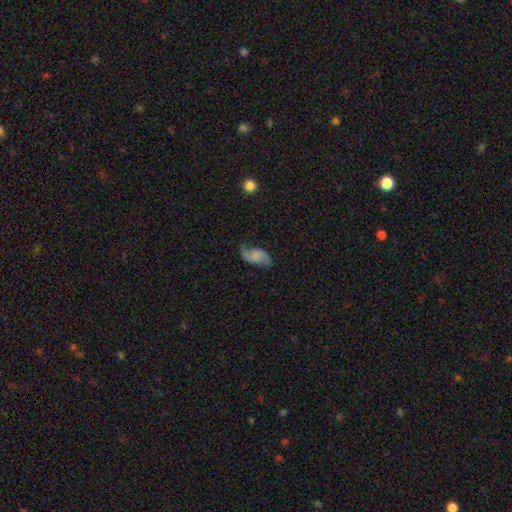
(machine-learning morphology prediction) A featured or disk galaxy (52%). Merging: none (66%).